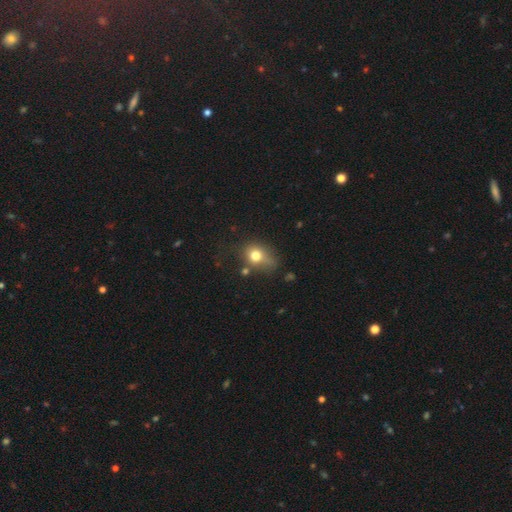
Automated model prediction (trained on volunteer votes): Q: Smooth or featured?
A: smooth (74%); runner-up: featured or disk (13%)
Q: How rounded?
A: round (59%); runner-up: in between (40%)
Q: Merging?
A: none (48%); runner-up: minor disturbance (29%)